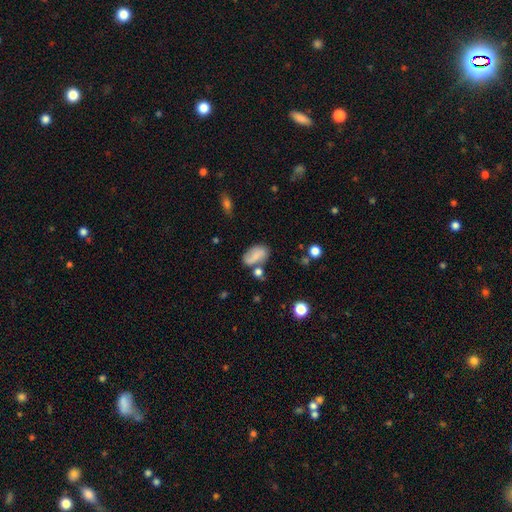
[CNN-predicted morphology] Q: Smooth or featured?
A: smooth (67%); runner-up: featured or disk (23%)
Q: How rounded?
A: in between (90%); runner-up: round (7%)
Q: Merging?
A: none (54%); runner-up: minor disturbance (22%)